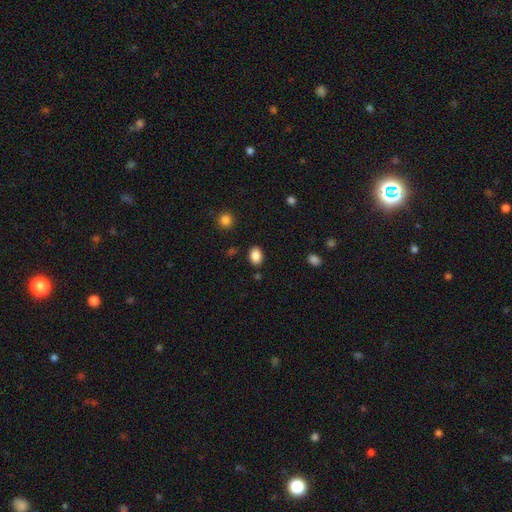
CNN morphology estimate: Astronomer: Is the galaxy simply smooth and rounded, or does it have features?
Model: smooth — 88%.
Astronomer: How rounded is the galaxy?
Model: in between — 78%.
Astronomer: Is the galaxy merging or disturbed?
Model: none — 85%.